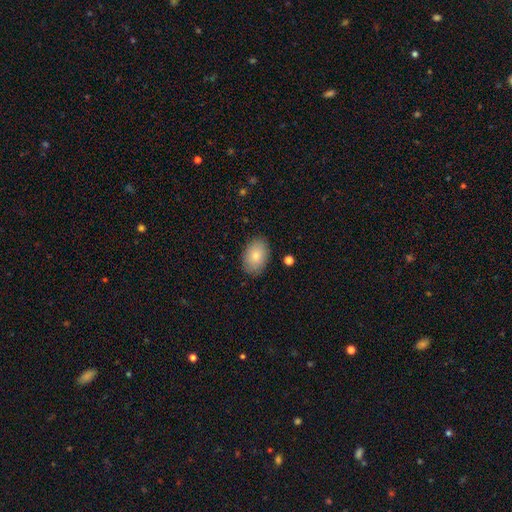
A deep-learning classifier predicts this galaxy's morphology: Smooth or featured: smooth — 82% (featured or disk — 10%)
How rounded: in between — 84% (round — 15%)
Merging: none — 86% (minor disturbance — 10%)